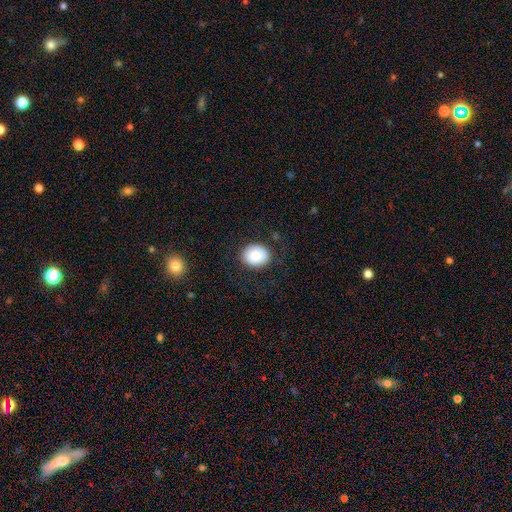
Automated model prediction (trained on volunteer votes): smooth-or-featured: smooth: 85% | star or artifact: 8% | featured or disk: 7%
  how-rounded: round: 58% | in between: 41% | cigar-shaped: 1%
  merging: none: 81% | minor disturbance: 12% | major disturbance: 6% | merger: 1%